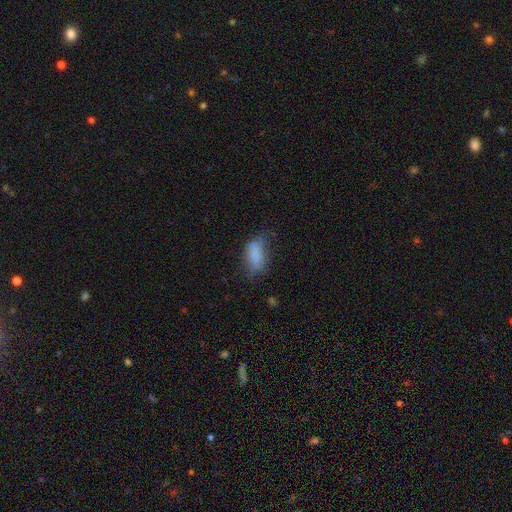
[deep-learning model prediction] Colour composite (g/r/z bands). It shows a smooth galaxy with no disk features (75%) that is in between round and cigar-shaped (89%). Merging: none (41%).